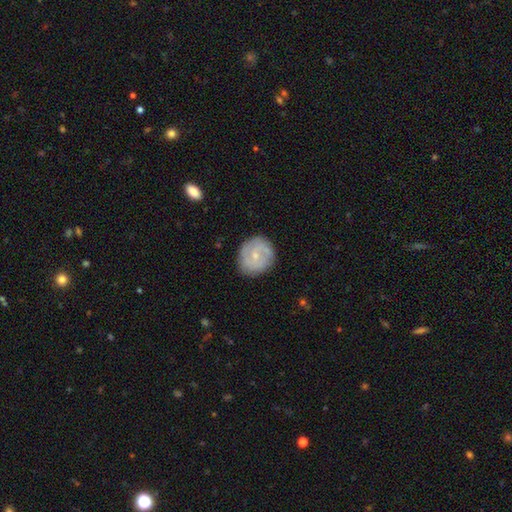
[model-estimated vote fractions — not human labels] Smooth or featured: featured or disk — 53% (smooth — 40%)
Edge-on disk: no — 97% (yes — 3%)
Bar: no — 66% (weak — 29%)
Spiral arms: yes — 71% (no — 29%)
Bulge size: small — 74% (moderate — 22%)
Merging: none — 82% (minor disturbance — 13%)